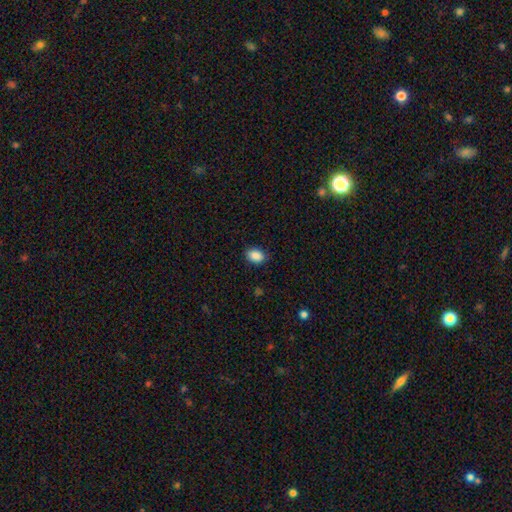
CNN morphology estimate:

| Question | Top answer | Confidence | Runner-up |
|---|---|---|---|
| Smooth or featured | smooth | 89% | star or artifact (8%) |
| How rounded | in between | 78% | round (21%) |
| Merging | none | 85% | minor disturbance (11%) |